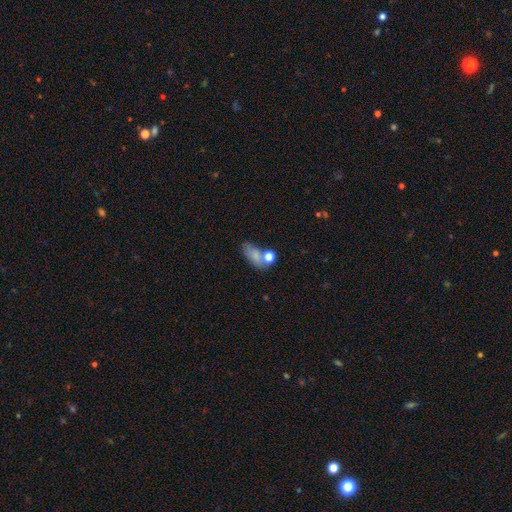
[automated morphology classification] Q: Smooth or featured?
A: smooth (71%); runner-up: featured or disk (16%)
Q: How rounded?
A: in between (80%); runner-up: round (15%)
Q: Merging?
A: none (40%); runner-up: merger (28%)